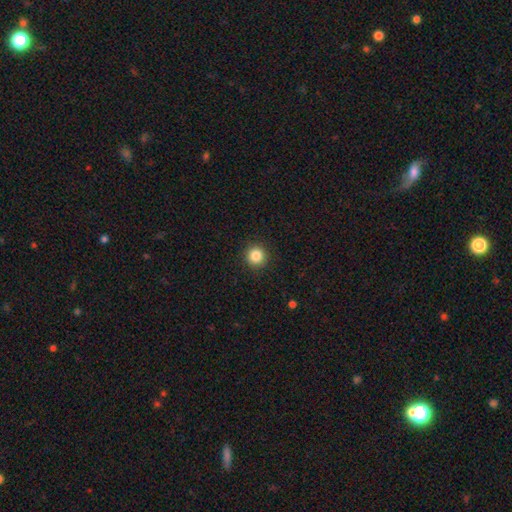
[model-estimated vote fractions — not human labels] Smooth or featured? Predicted: smooth (p=0.85). How rounded? Predicted: round (p=0.95). Merging? Predicted: none (p=0.93).